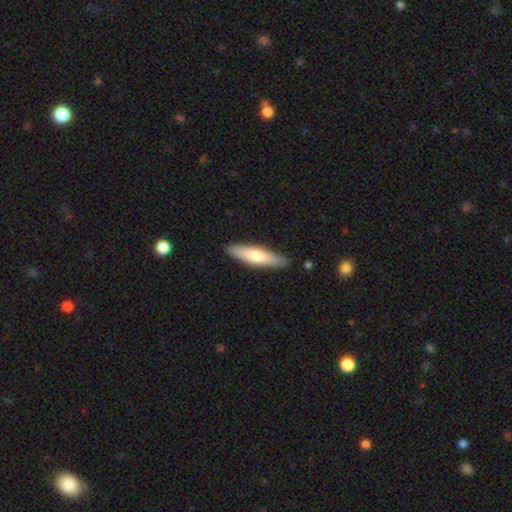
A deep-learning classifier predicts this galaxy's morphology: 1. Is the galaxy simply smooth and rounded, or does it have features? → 62% smooth, 33% featured or disk, 5% star or artifact.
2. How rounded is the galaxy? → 76% cigar-shaped, 22% in between, 1% round.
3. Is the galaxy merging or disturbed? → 88% none, 9% minor disturbance, 2% major disturbance, 1% merger.